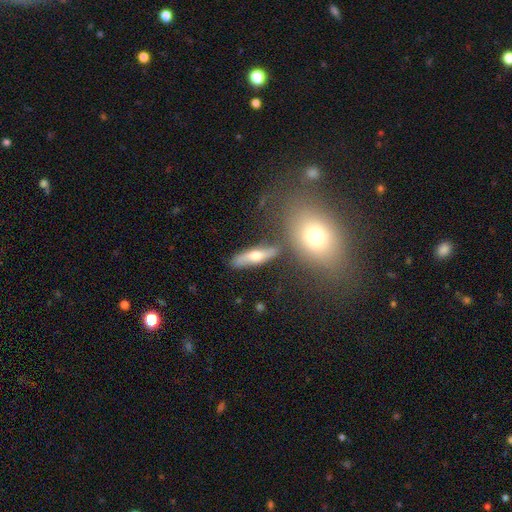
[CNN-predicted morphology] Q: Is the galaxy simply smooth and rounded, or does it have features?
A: smooth — 49%.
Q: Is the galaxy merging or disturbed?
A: none — 72%.